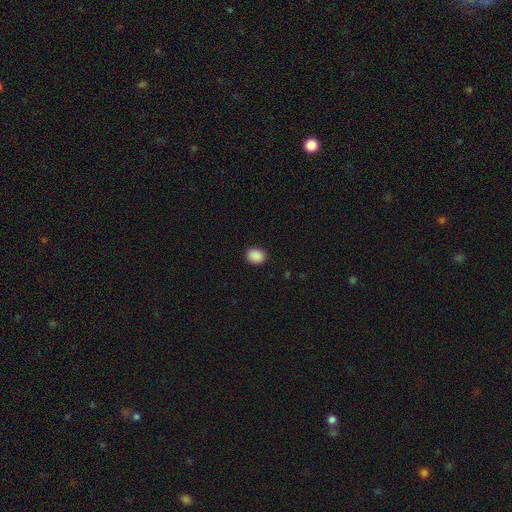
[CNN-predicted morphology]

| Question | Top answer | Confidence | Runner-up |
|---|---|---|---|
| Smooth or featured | smooth | 89% | star or artifact (9%) |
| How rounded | round | 52% | in between (47%) |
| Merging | none | 90% | minor disturbance (7%) |